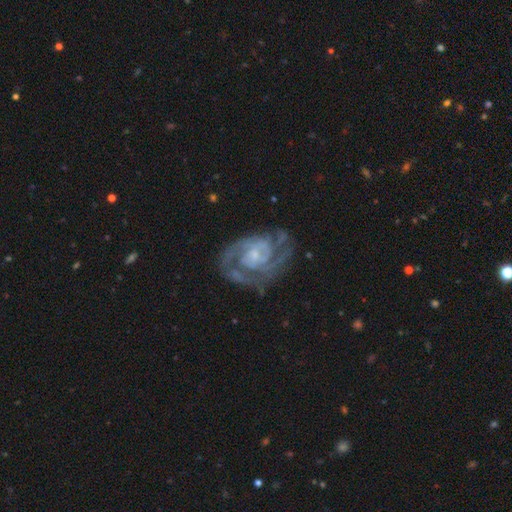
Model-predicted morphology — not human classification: type=featured or disk (86%); edge-on=no (97%); bar=no (57%); spiral arms=yes (96%); winding=tight (55%); arm count=2 (54%); bulge=small (64%); merging=none (72%).